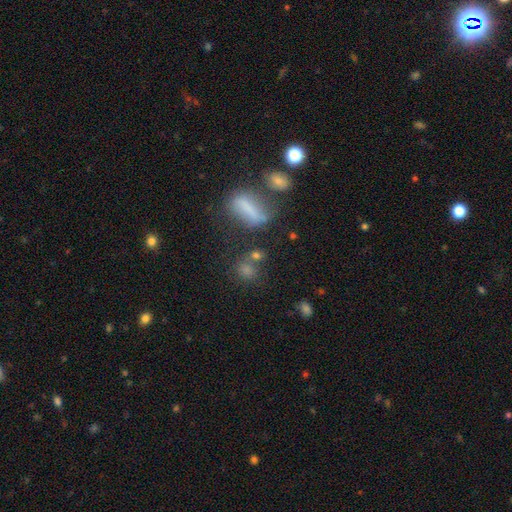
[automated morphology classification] smooth 51%, star or artifact 26%, featured or disk 23%. Down the decision tree: how rounded — cigar-shaped (41%); merging — none (55%).